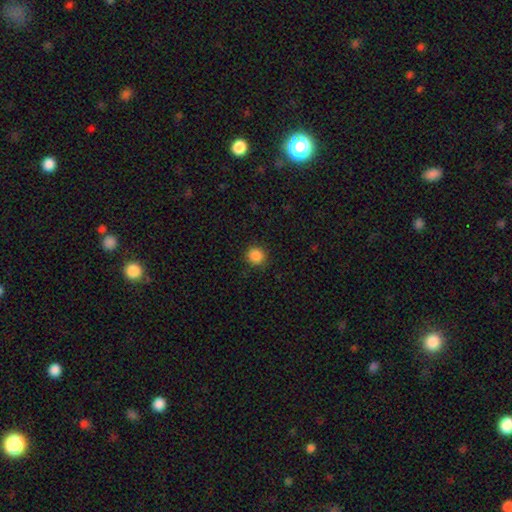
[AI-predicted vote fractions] smooth 87%, star or artifact 11%, featured or disk 2%. Down the decision tree: how rounded — round (92%); merging — none (91%).